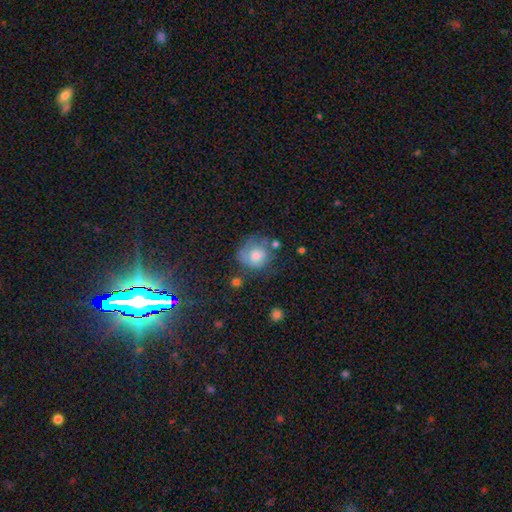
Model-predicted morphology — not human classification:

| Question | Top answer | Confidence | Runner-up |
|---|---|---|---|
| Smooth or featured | smooth | 60% | featured or disk (27%) |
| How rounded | round | 81% | in between (18%) |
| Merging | none | 52% | minor disturbance (27%) |